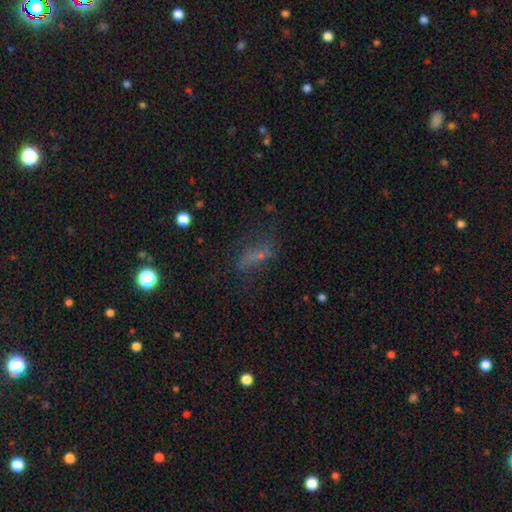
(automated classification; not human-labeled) Overall: smooth (42%; featured or disk 35%). Merging: none (52%; major disturbance 23%).